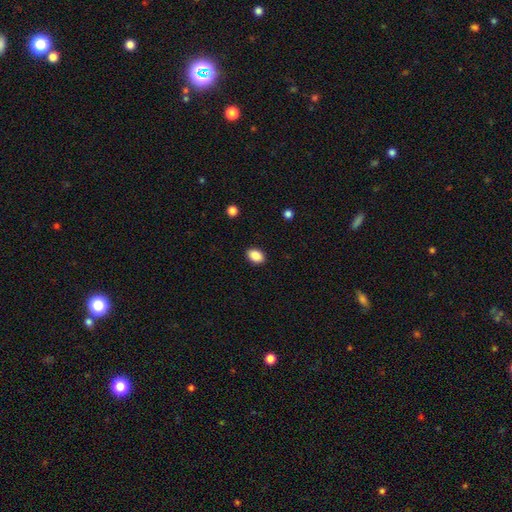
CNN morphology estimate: Overall: smooth (89%). How rounded: in between (83%). Merging: none (89%).